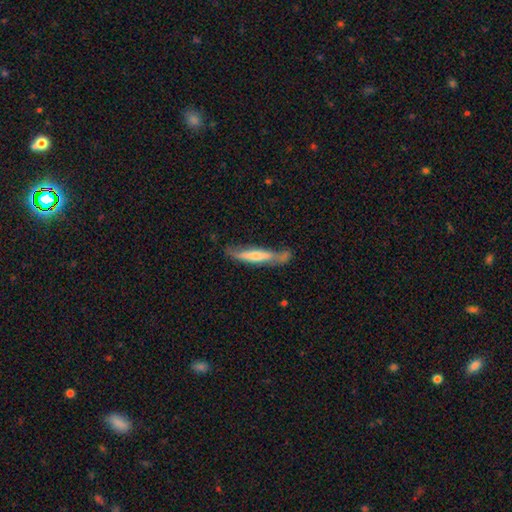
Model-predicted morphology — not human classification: Smooth or featured? Predicted: smooth (p=0.52). How rounded? Predicted: cigar-shaped (p=0.90). Merging? Predicted: none (p=0.56).